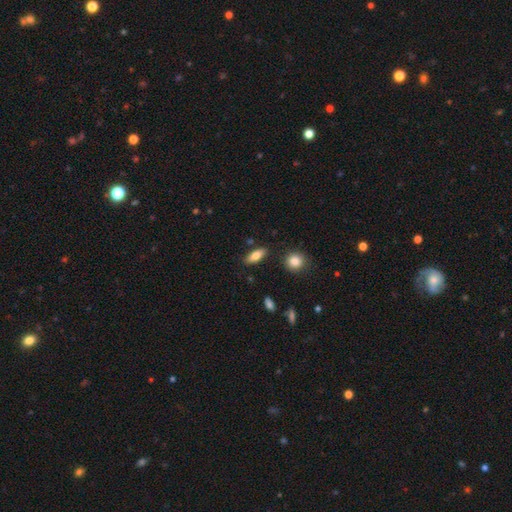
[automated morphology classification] Smooth or featured? Predicted: smooth (p=0.77). How rounded? Predicted: in between (p=0.78). Merging? Predicted: none (p=0.83).